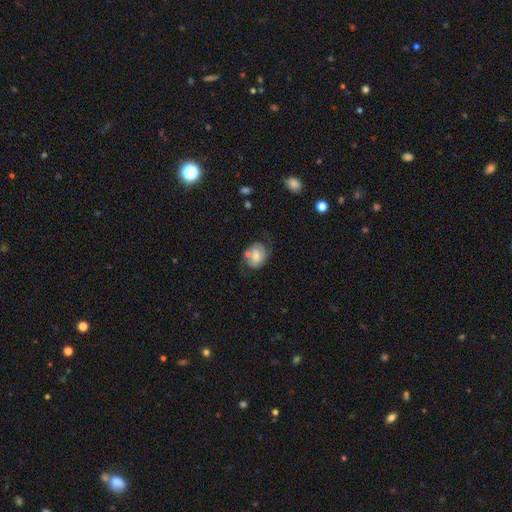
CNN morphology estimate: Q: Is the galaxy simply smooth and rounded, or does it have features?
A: smooth — 53%.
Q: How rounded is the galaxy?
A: in between — 52%.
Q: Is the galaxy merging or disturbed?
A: none — 50%.